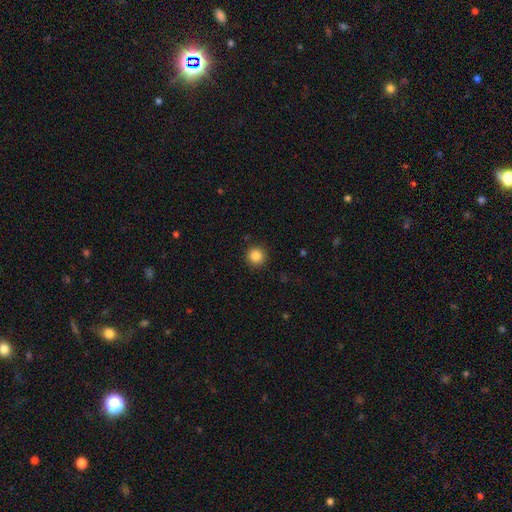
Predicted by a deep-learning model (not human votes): This is clearly a smooth galaxy (86%). How rounded: clearly round (95%). Merging: clearly none (92%).